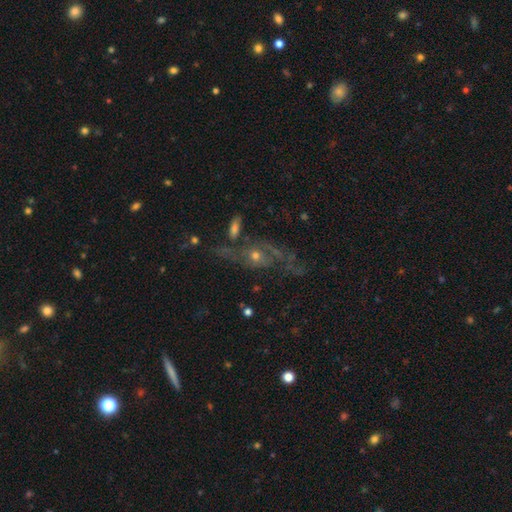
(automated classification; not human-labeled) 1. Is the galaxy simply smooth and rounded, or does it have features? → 62% featured or disk, 21% smooth, 17% star or artifact.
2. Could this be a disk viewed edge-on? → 78% no, 22% yes.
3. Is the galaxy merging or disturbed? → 43% none, 24% major disturbance, 18% minor disturbance, 15% merger.